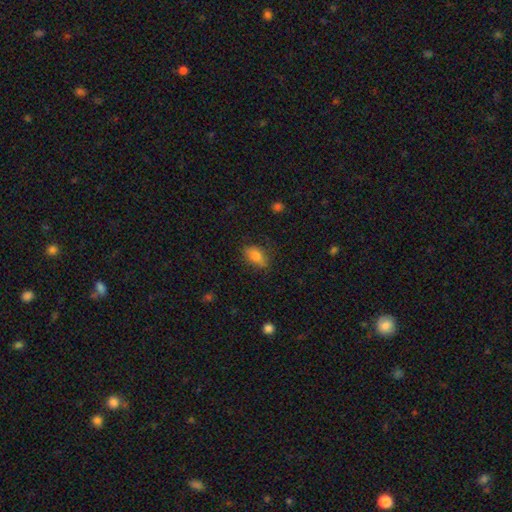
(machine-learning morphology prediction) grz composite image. It shows a smooth galaxy with no disk features (78%) that is in between round and cigar-shaped (86%). Merging: none (76%).